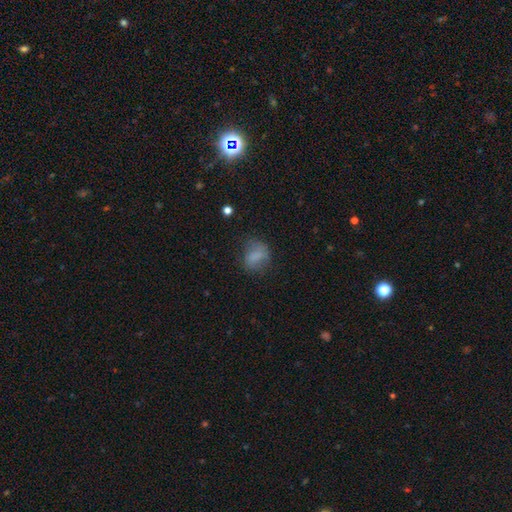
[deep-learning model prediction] This is likely a smooth galaxy (74%). How rounded: possibly in between (55%). Merging: likely none (61%).